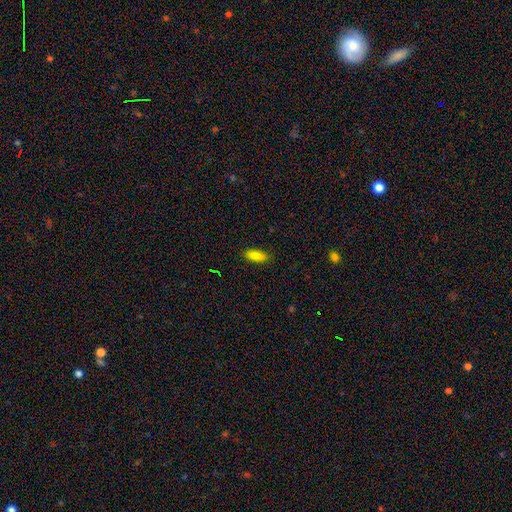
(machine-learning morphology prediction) A smooth galaxy with no disk features (85%) that is in between round and cigar-shaped (75%). Merging: none (88%).